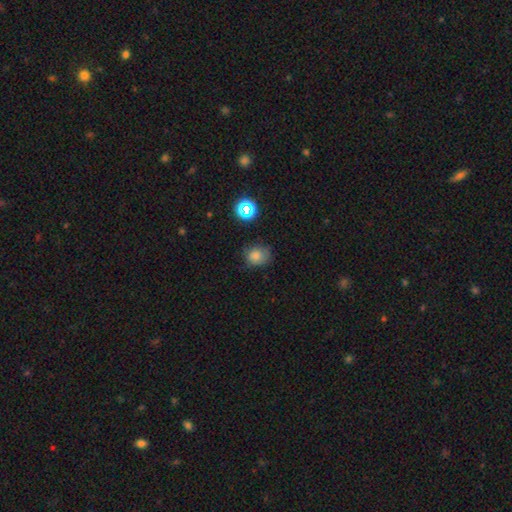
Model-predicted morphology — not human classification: A smooth galaxy with no disk features (77%) that is round (70%).

Vote fractions:
- Smooth or featured? smooth: 77% / star or artifact: 15% / featured or disk: 8%
- How rounded? round: 70% / in between: 29% / cigar-shaped: 1%
- Merging? none: 70% / minor disturbance: 22% / major disturbance: 6% / merger: 2%